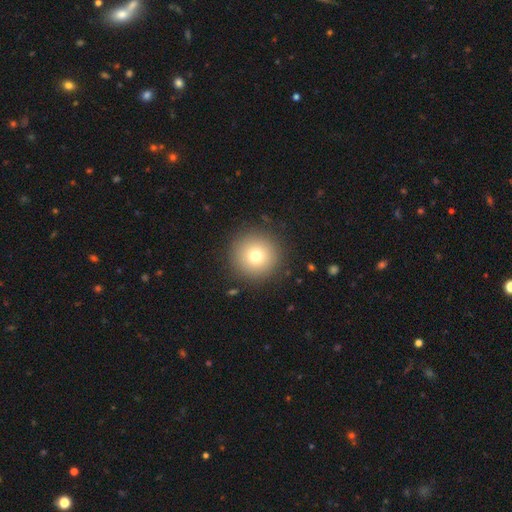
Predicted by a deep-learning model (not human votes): A smooth galaxy with no disk features (74%) that is round (97%). Merging: none (91%).